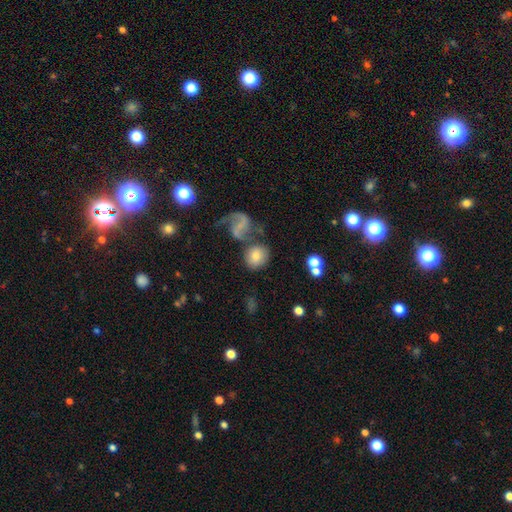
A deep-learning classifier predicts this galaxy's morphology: smooth_or_featured: smooth (p=0.69) [alt: featured or disk p=0.21]
how_rounded: round (p=0.74) [alt: in between p=0.25]
merging: none (p=0.57) [alt: merger p=0.23]